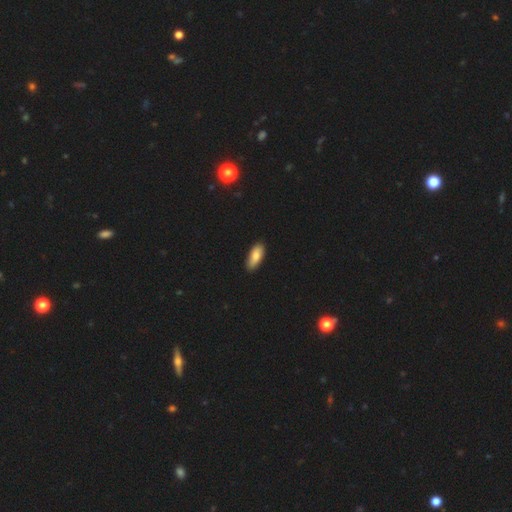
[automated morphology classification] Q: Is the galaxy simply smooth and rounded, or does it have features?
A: smooth — 83%.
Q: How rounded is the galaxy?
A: in between — 82%.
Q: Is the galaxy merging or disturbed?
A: none — 85%.